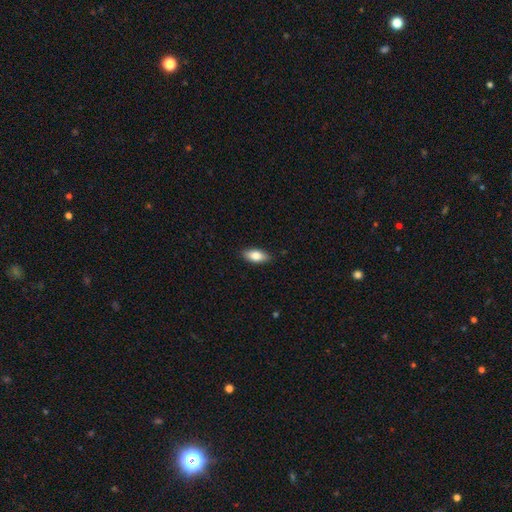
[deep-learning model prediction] Smooth or featured?
  - smooth: 80% *
  - featured or disk: 13%
  - star or artifact: 7%
How rounded?
  - in between: 88% *
  - cigar-shaped: 9%
  - round: 3%
Merging?
  - none: 88% *
  - minor disturbance: 9%
  - major disturbance: 2%
  - merger: 1%